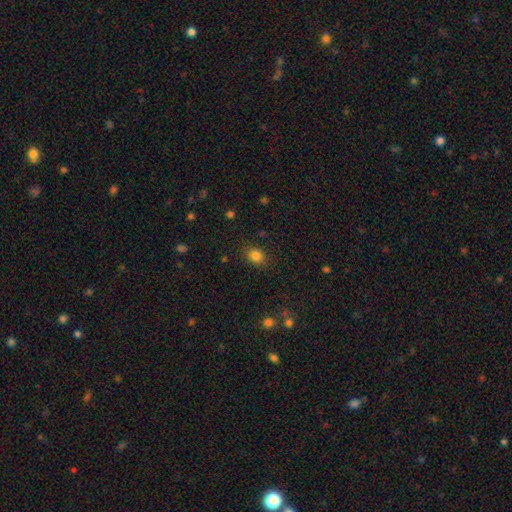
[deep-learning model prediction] A smooth galaxy with no disk features (83%) that is round (55%).

Vote fractions:
- Smooth or featured? smooth: 83% / star or artifact: 12% / featured or disk: 5%
- How rounded? round: 55% / in between: 44% / cigar-shaped: 1%
- Merging? none: 85% / minor disturbance: 11% / major disturbance: 3% / merger: 1%